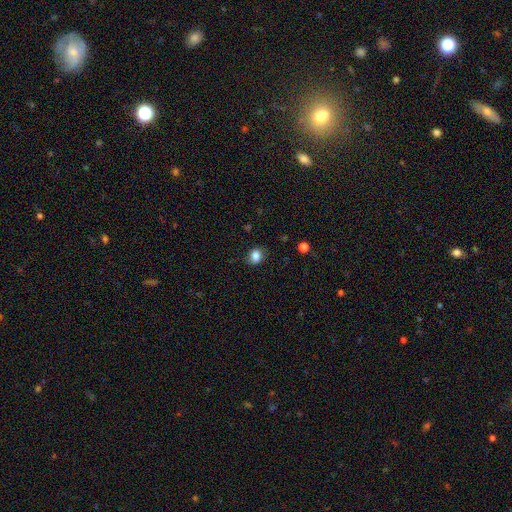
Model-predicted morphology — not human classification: Smooth or featured? smooth (84%)
How rounded? round (54%)
Merging? none (81%)